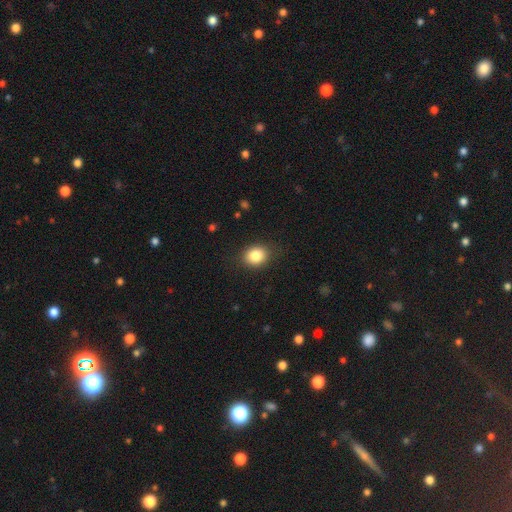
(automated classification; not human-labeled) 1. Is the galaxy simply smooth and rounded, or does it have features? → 84% smooth, 9% star or artifact, 6% featured or disk.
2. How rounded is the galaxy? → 58% round, 41% in between, 1% cigar-shaped.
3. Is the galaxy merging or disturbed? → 86% none, 10% minor disturbance, 3% major disturbance, 1% merger.